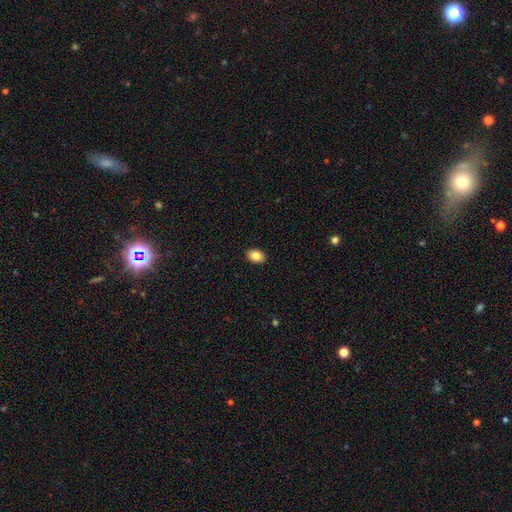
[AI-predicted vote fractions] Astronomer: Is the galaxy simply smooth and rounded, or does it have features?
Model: smooth — 85%.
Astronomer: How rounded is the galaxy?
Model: in between — 81%.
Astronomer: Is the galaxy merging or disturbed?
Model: none — 91%.